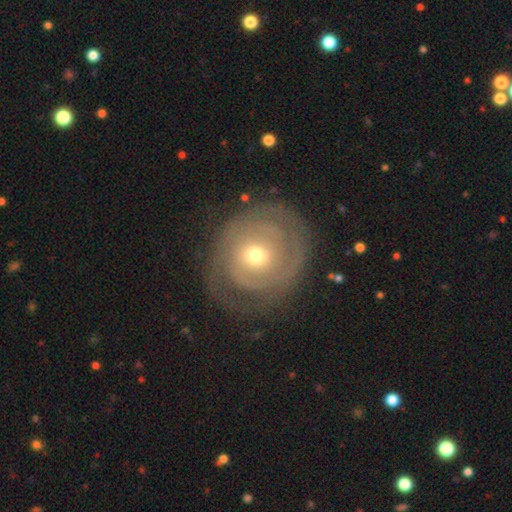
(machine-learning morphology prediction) A featured or disk galaxy (74%) with no bar (76%), 2 (36%) tight (72%) spiral arms (80%) and a moderate central bulge (52%).

Vote fractions:
- Smooth or featured? featured or disk: 74% / smooth: 19% / star or artifact: 6%
- Edge-on disk? no: 96% / yes: 4%
- Bar? no: 76% / weak: 19% / strong: 6%
- Spiral arms? yes: 80% / no: 20%
- Spiral winding? tight: 72% / medium: 20% / loose: 8%
- Spiral arm count? 2: 36% / can't tell: 35% / 1: 12% / 3: 10% / 4: 4% / more than 4: 4%
- Bulge size? moderate: 52% / small: 43% / large: 3% / dominant: 1% / none: 1%
- Merging? none: 71% / minor disturbance: 17% / major disturbance: 10% / merger: 2%